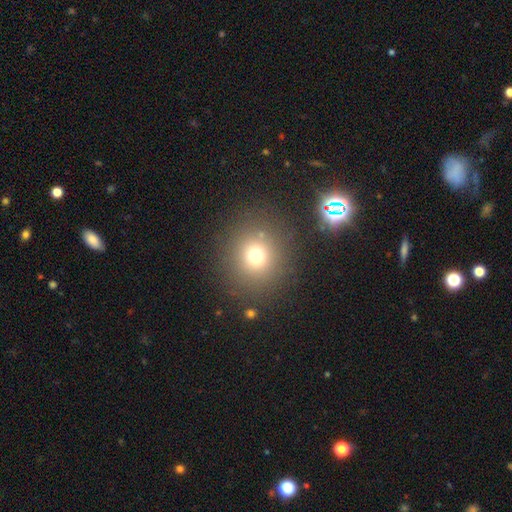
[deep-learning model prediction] The model was most divided on "smooth or featured": smooth: 70%, star or artifact: 20%, featured or disk: 10%. More confident: how rounded — round (90%); merging — none (85%).